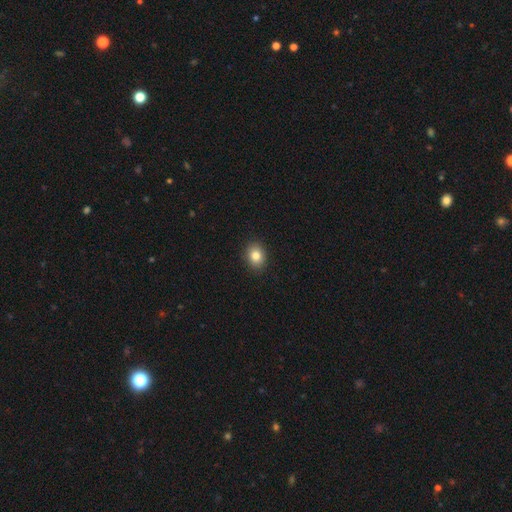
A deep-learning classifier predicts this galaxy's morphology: Q: Smooth or featured?
A: smooth (83%); runner-up: star or artifact (10%)
Q: How rounded?
A: in between (54%); runner-up: round (45%)
Q: Merging?
A: none (90%); runner-up: minor disturbance (7%)